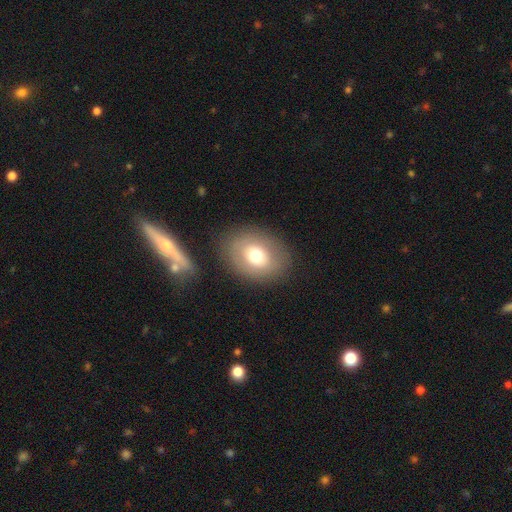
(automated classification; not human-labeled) smooth_or_featured: smooth (p=0.65) [alt: featured or disk p=0.25]
how_rounded: in between (p=0.63) [alt: round p=0.36]
merging: none (p=0.82) [alt: minor disturbance p=0.11]